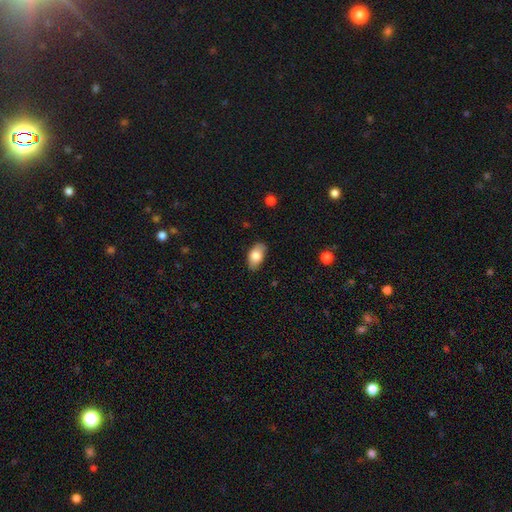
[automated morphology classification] Smooth or featured? smooth (81%)
How rounded? in between (93%)
Merging? none (80%)